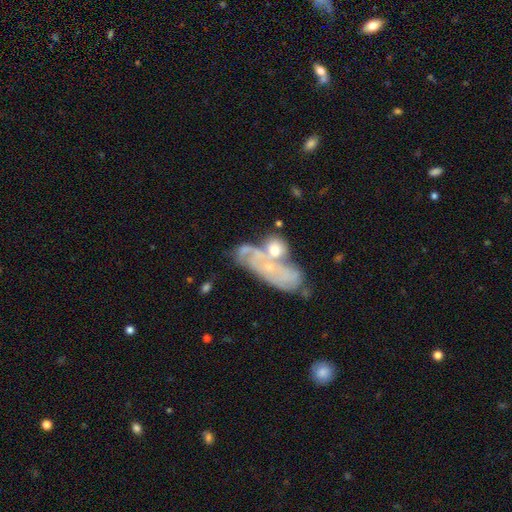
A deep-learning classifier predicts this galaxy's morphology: Smooth or featured: featured or disk — 64% (smooth — 27%)
Edge-on disk: no — 91% (yes — 9%)
Bar: no — 79% (weak — 16%)
Spiral arms: yes — 63% (no — 37%)
Bulge size: small — 59% (moderate — 26%)
Merging: merger — 42% (none — 28%)